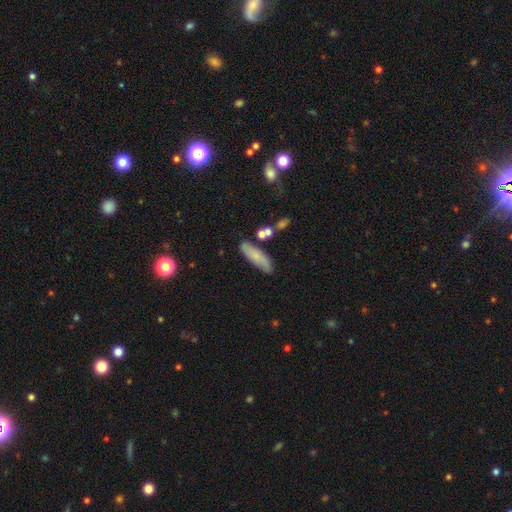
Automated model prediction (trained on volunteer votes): This appears to be a smooth galaxy with no disk features (70%) that is cigar-shaped (58%). Merging: none (74%).